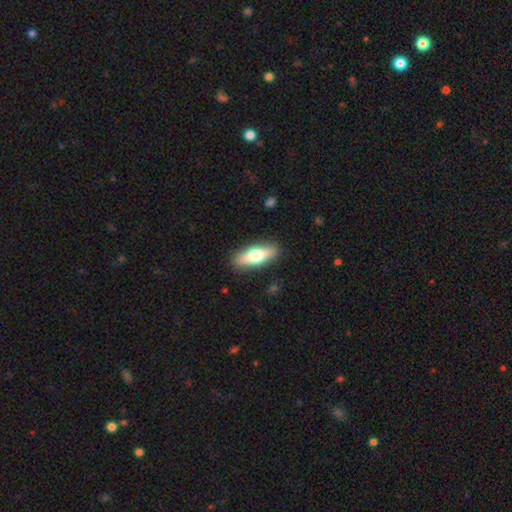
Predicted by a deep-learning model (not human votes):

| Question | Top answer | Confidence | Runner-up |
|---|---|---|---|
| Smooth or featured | smooth | 59% | featured or disk (35%) |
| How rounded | in between | 56% | cigar-shaped (41%) |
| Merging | none | 89% | minor disturbance (8%) |